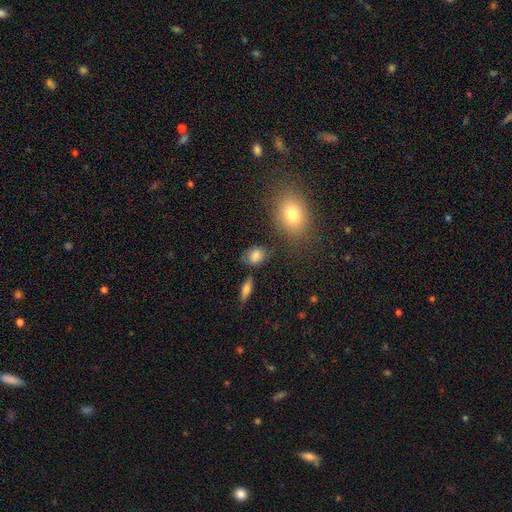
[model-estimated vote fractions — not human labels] smooth 81%, star or artifact 10%, featured or disk 9%. Down the decision tree: how rounded — in between (68%); merging — none (71%).